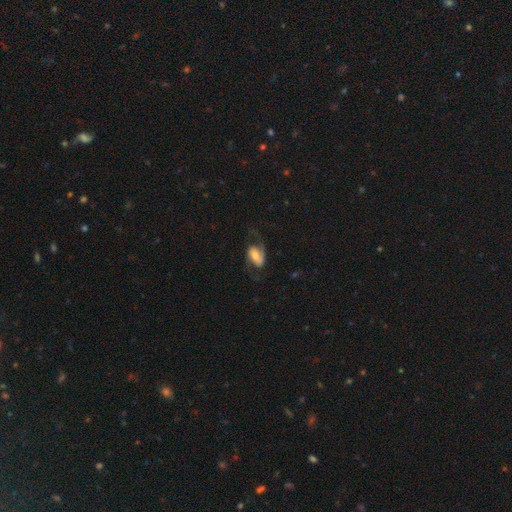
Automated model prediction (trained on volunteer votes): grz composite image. It shows a featured or disk galaxy (69%) with a weak bar (39%, tied with no), 2 (81%) loose (46%) spiral arms (92%) and a moderate central bulge (46%). Merging: none (59%).